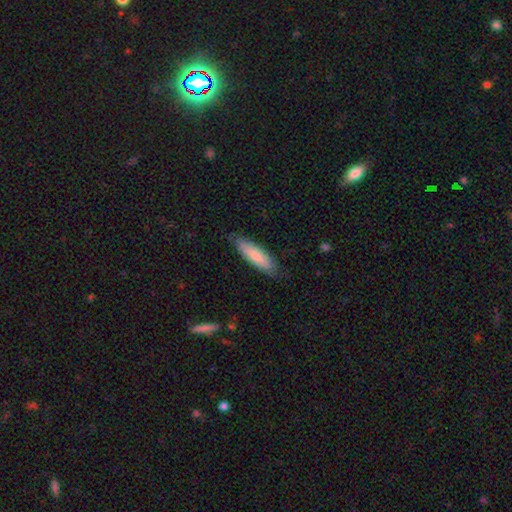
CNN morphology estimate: Smooth or featured?
  - smooth: 80% *
  - featured or disk: 15%
  - star or artifact: 5%
How rounded?
  - cigar-shaped: 58% *
  - in between: 41%
  - round: 1%
Merging?
  - none: 79% *
  - minor disturbance: 17%
  - major disturbance: 3%
  - merger: 1%